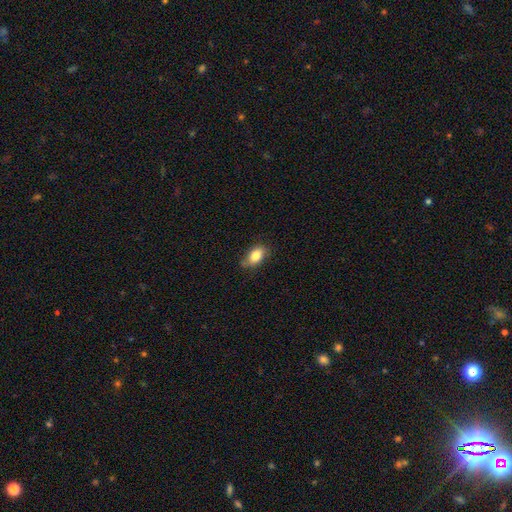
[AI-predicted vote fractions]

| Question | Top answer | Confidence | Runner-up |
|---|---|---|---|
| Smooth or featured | smooth | 82% | featured or disk (10%) |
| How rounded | in between | 88% | round (9%) |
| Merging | none | 71% | minor disturbance (23%) |